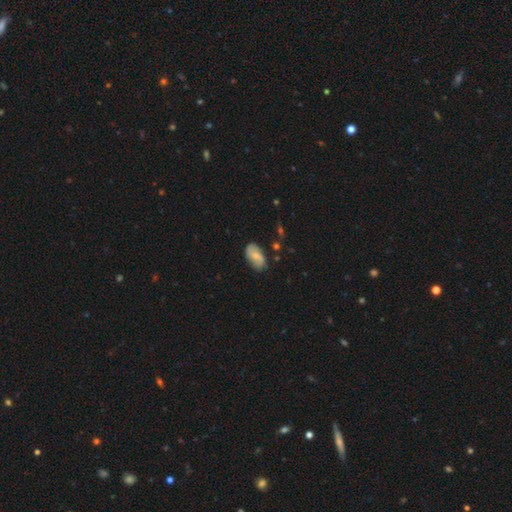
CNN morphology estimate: Smooth or featured? smooth (66%)
How rounded? in between (93%)
Merging? none (73%)